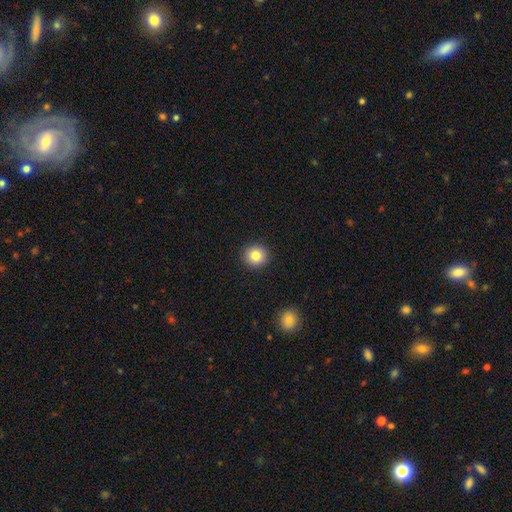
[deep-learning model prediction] The model was most divided on "smooth or featured": smooth: 82%, star or artifact: 10%, featured or disk: 8%. More confident: how rounded — round (93%); merging — none (92%).